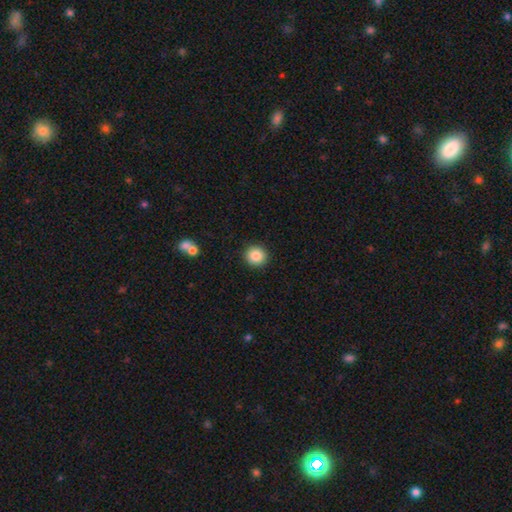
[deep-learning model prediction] Smooth or featured?
  - smooth: 86% *
  - star or artifact: 9%
  - featured or disk: 5%
How rounded?
  - round: 93% *
  - in between: 6%
  - cigar-shaped: 1%
Merging?
  - none: 92% *
  - minor disturbance: 5%
  - major disturbance: 2%
  - merger: 1%